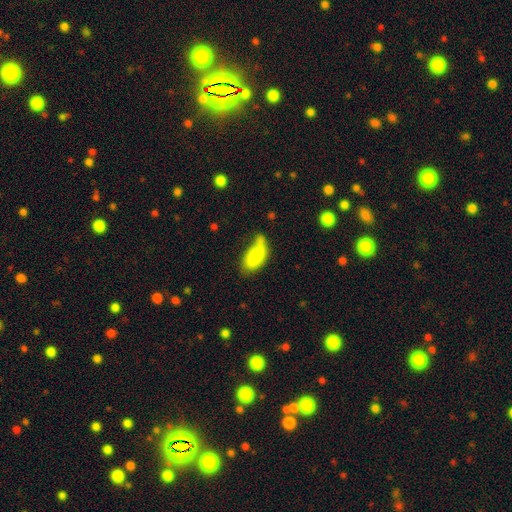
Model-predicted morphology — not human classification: Smooth or featured? smooth (75%)
How rounded? in between (91%)
Merging? none (37%)